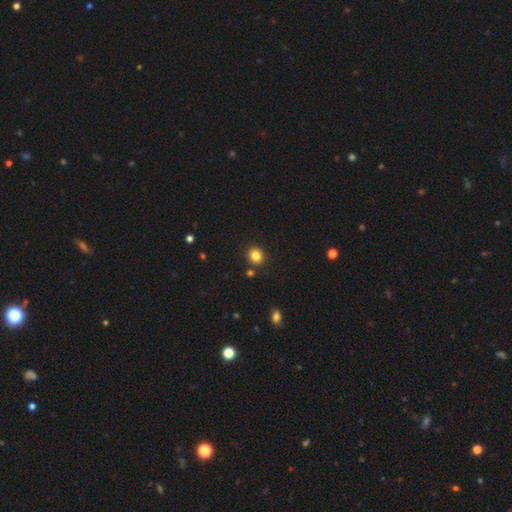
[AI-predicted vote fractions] This is clearly a smooth galaxy (84%). How rounded: likely round (77%). Merging: clearly none (87%).